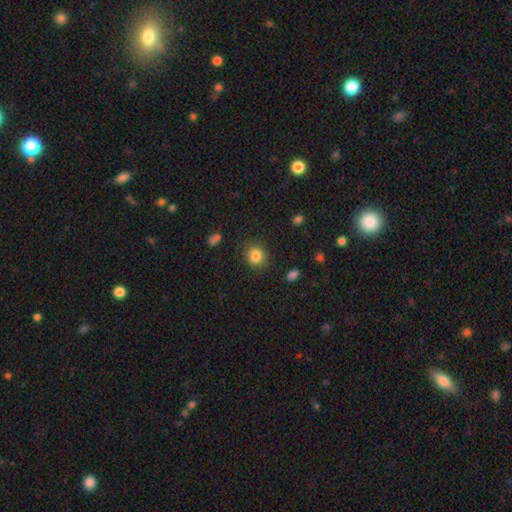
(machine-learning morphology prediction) The model was most divided on "how rounded": round: 76%, in between: 23%, cigar-shaped: 1%. More confident: merging — none (86%); smooth or featured — smooth (85%).